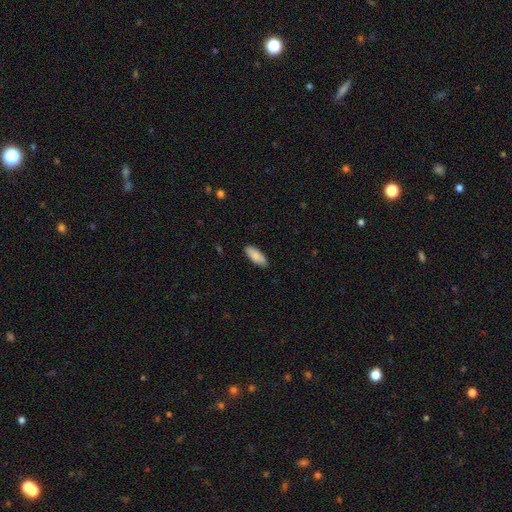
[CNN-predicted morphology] A smooth galaxy with no disk features (87%) that is in between round and cigar-shaped (79%).

Vote fractions:
- Smooth or featured? smooth: 87% / featured or disk: 7% / star or artifact: 6%
- How rounded? in between: 79% / cigar-shaped: 19% / round: 2%
- Merging? none: 88% / minor disturbance: 9% / major disturbance: 2% / merger: 1%